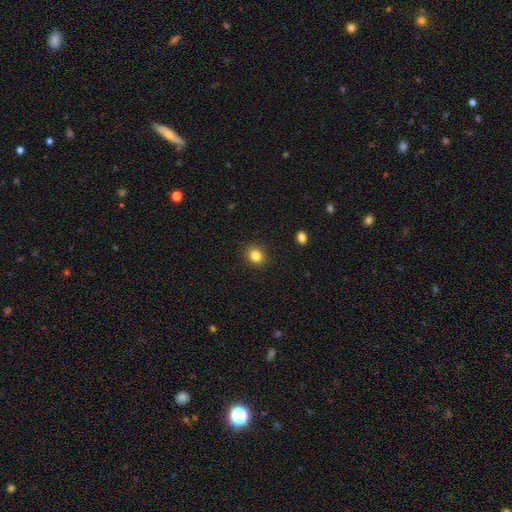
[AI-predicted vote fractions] This appears to be a smooth galaxy with no disk features (84%) that is round (66%). Merging: none (90%).